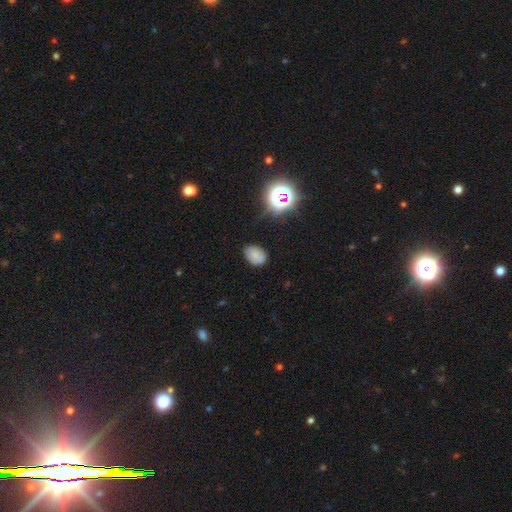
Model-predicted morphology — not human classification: Smooth or featured: smooth — 75% (star or artifact — 17%)
How rounded: in between — 77% (round — 22%)
Merging: none — 77% (minor disturbance — 17%)